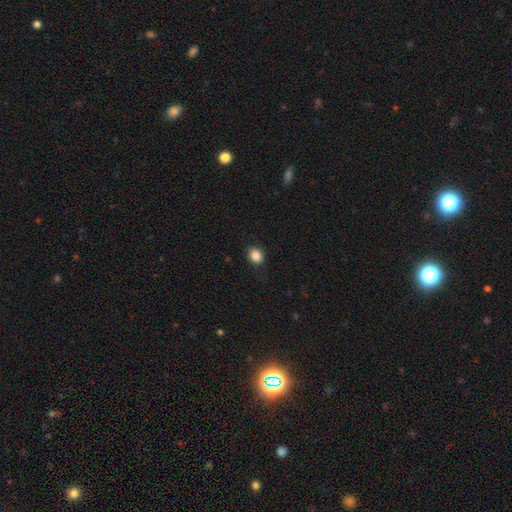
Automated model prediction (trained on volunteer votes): This appears to be a smooth galaxy with no disk features (87%) that is round (53%). Merging: none (87%).